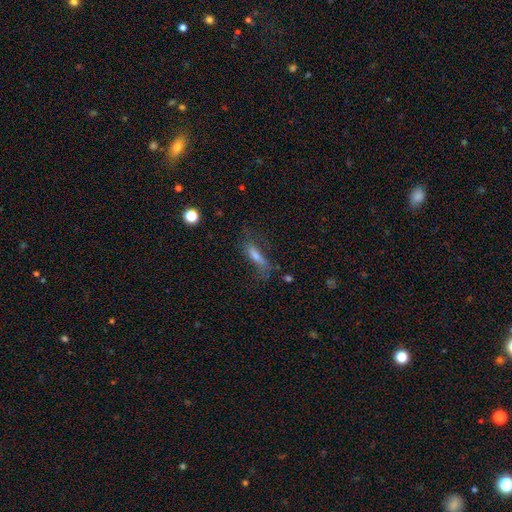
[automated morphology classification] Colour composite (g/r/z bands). It shows a smooth galaxy with no disk features (48%). Merging: none (53%).